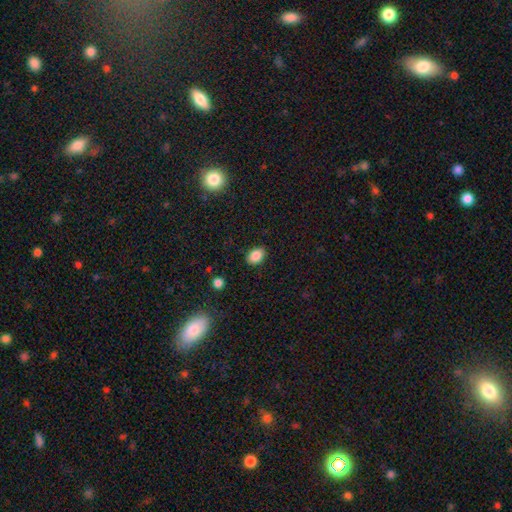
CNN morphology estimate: A smooth galaxy with no disk features (87%) that is in between round and cigar-shaped (78%). Merging: none (87%).